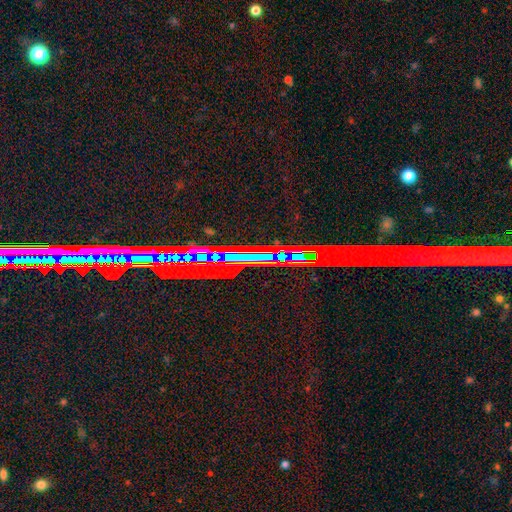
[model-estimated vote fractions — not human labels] Smooth or featured? star or artifact (84%)